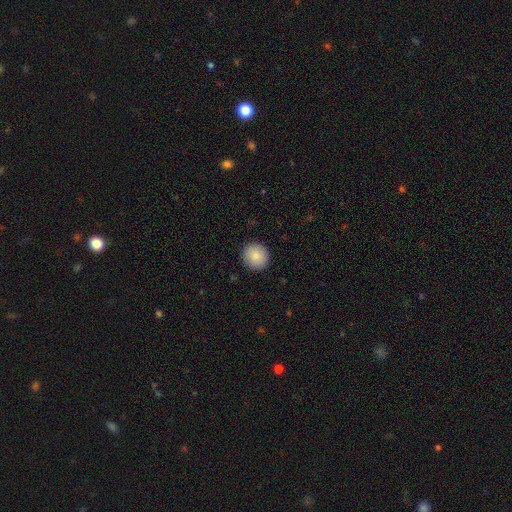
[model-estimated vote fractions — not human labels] Smooth or featured?
  - smooth: 89% *
  - star or artifact: 7%
  - featured or disk: 4%
How rounded?
  - round: 89% *
  - in between: 10%
  - cigar-shaped: 1%
Merging?
  - none: 91% *
  - minor disturbance: 6%
  - major disturbance: 2%
  - merger: 1%